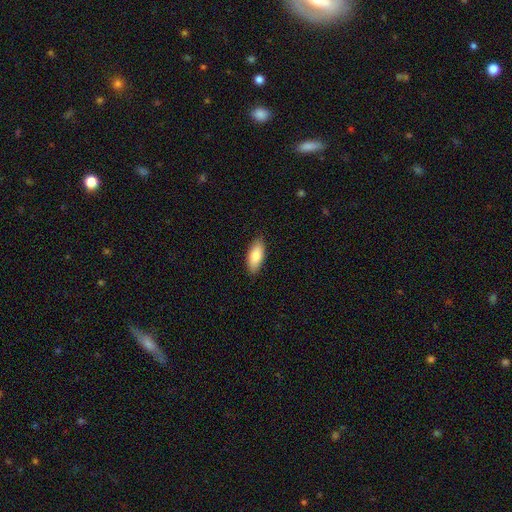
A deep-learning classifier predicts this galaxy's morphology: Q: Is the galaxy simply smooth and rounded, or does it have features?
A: smooth — 84%.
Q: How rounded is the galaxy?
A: in between — 81%.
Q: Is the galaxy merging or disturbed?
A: none — 87%.